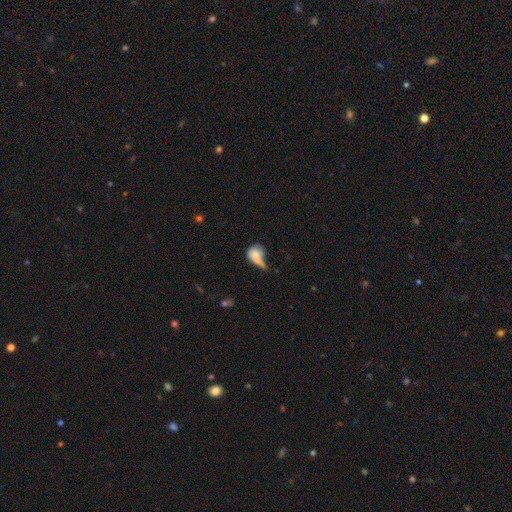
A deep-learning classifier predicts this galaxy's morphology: A smooth galaxy with no disk features (68%) that is in between round and cigar-shaped (49%). Merging: major disturbance (31%).